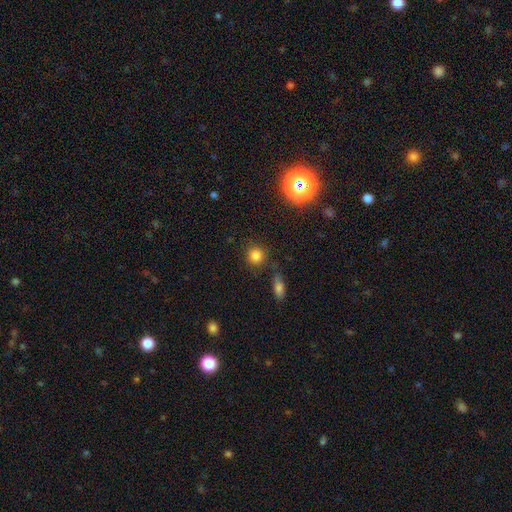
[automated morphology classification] This is clearly a smooth galaxy (80%). How rounded: clearly round (90%). Merging: clearly none (80%).